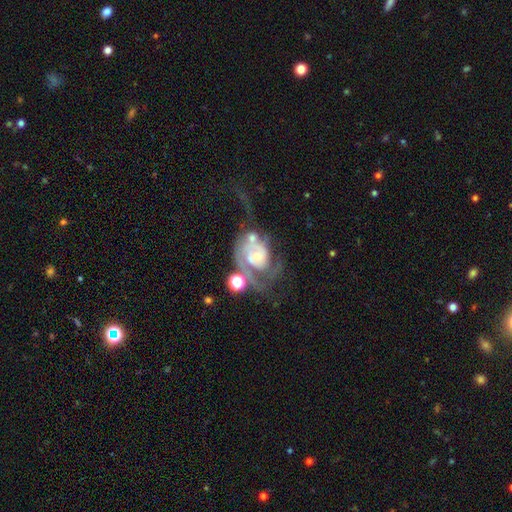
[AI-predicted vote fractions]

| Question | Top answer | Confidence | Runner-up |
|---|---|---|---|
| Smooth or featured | featured or disk | 78% | smooth (14%) |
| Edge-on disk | no | 98% | yes (2%) |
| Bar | no | 75% | weak (20%) |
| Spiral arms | yes | 84% | no (16%) |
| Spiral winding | tight | 43% | medium (35%) |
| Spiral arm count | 2 | 39% | can't tell (26%) |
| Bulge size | small | 58% | moderate (30%) |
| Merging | major disturbance | 36% | none (27%) |